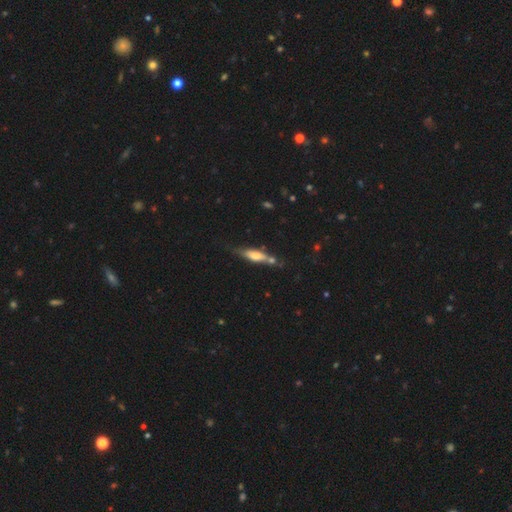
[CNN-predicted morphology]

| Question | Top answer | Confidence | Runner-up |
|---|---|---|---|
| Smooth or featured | smooth | 55% | featured or disk (38%) |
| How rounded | cigar-shaped | 61% | in between (37%) |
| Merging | none | 55% | minor disturbance (23%) |